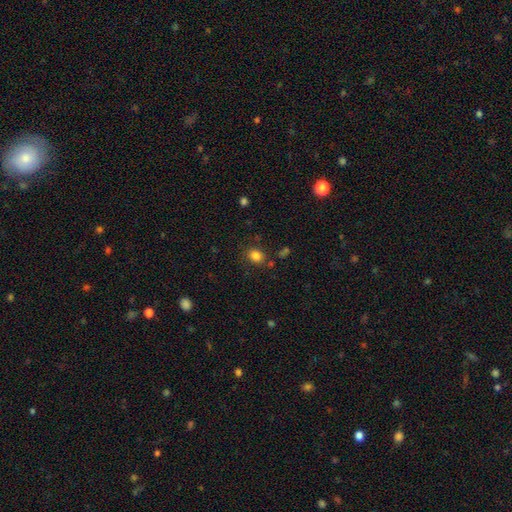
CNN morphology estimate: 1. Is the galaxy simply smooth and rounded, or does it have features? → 83% smooth, 12% star or artifact, 5% featured or disk.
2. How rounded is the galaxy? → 52% round, 47% in between, 1% cigar-shaped.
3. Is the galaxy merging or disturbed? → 80% none, 12% minor disturbance, 5% merger, 4% major disturbance.